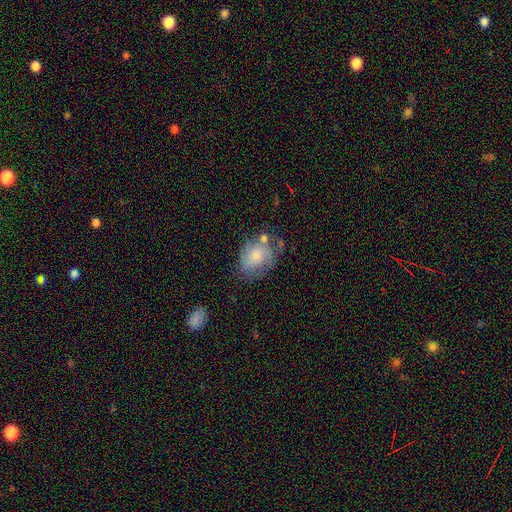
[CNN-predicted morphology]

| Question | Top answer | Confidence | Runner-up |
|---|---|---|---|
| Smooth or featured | smooth | 56% | featured or disk (35%) |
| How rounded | in between | 56% | round (42%) |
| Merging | none | 44% | minor disturbance (29%) |